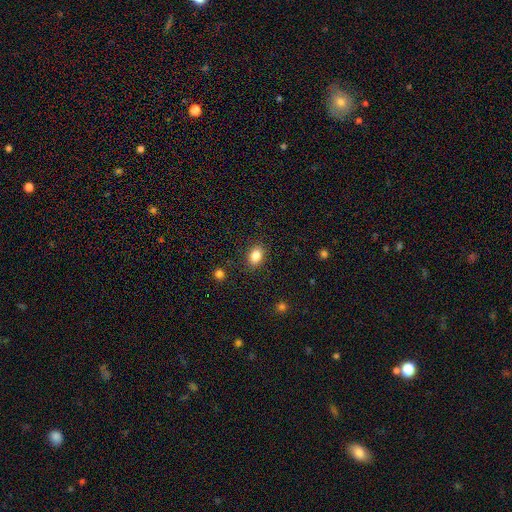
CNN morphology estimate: type=smooth (84%); roundness=in between (69%); merging=none (86%).